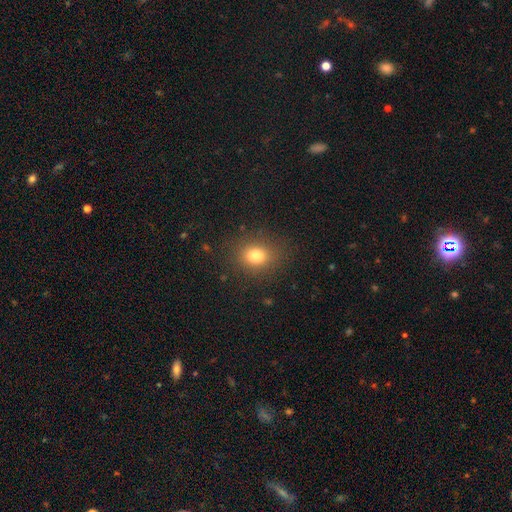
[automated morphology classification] This is likely a smooth galaxy (78%). How rounded: possibly round (59%). Merging: clearly none (86%).